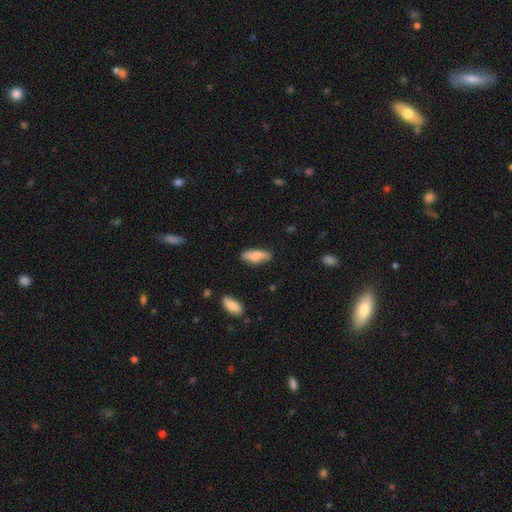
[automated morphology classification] Overall: smooth (76%). How rounded: in between (61%; cigar-shaped 36%). Merging: none (76%).